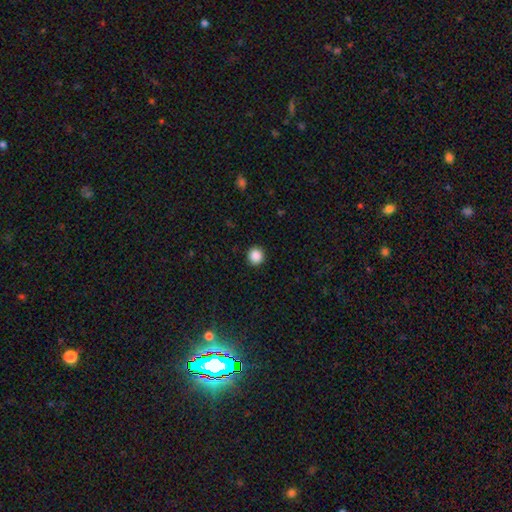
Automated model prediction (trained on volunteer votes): smooth-or-featured: smooth: 88% | star or artifact: 10% | featured or disk: 2%
  how-rounded: round: 92% | in between: 7% | cigar-shaped: 1%
  merging: none: 92% | minor disturbance: 5% | major disturbance: 2% | merger: 1%